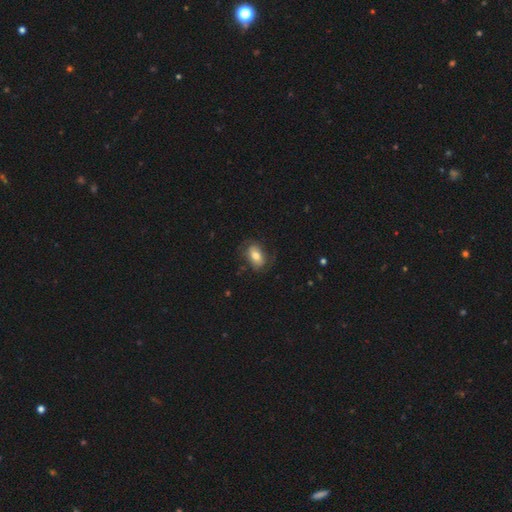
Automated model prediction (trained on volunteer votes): This appears to be a smooth galaxy with no disk features (67%) that is in between round and cigar-shaped (87%). Merging: none (67%).